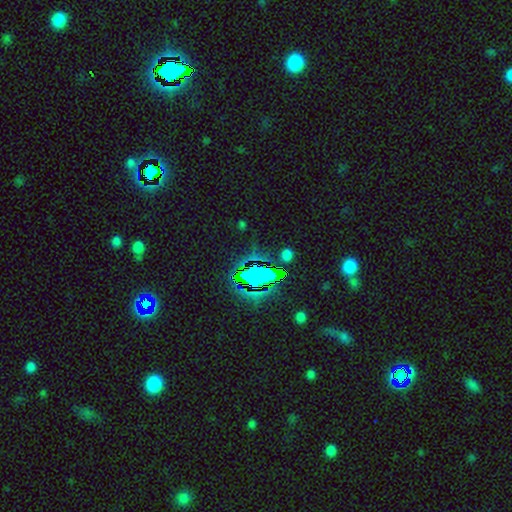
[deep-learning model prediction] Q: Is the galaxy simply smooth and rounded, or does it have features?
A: star or artifact — 80%.